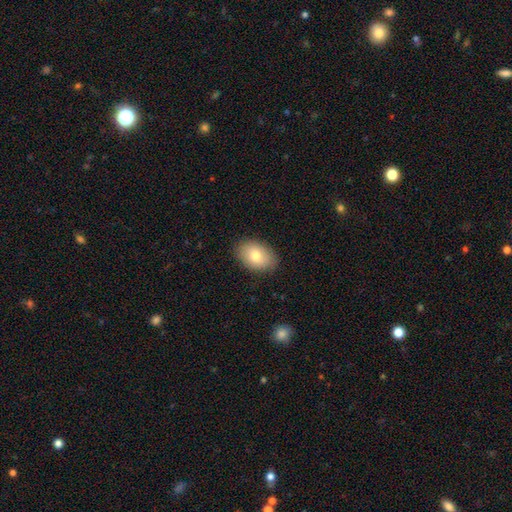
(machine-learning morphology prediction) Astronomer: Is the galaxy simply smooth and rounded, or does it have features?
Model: smooth — 79%.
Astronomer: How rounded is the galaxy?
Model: in between — 86%.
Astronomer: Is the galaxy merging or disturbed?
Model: none — 87%.